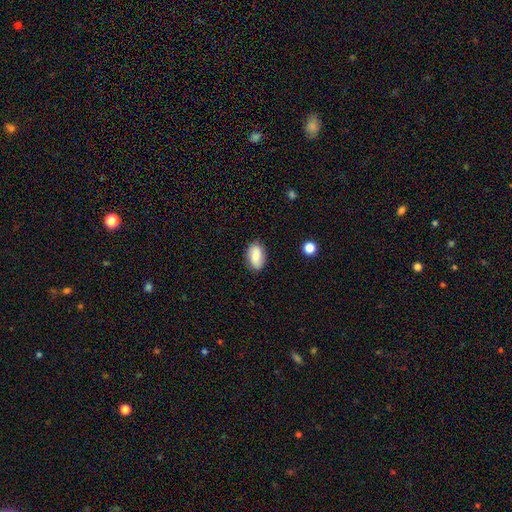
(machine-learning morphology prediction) A smooth galaxy with no disk features (83%) that is in between round and cigar-shaped (92%). Merging: none (83%).